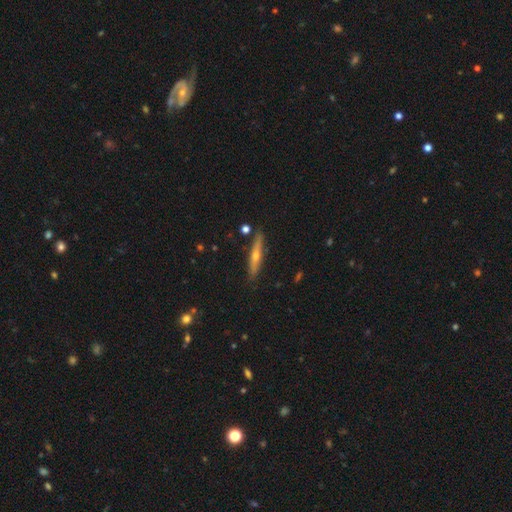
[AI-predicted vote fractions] Overall: featured or disk (59%; smooth 34%). Edge-on disk: yes (94%). Edge-on bulge: rounded (84%). Merging: none (87%).